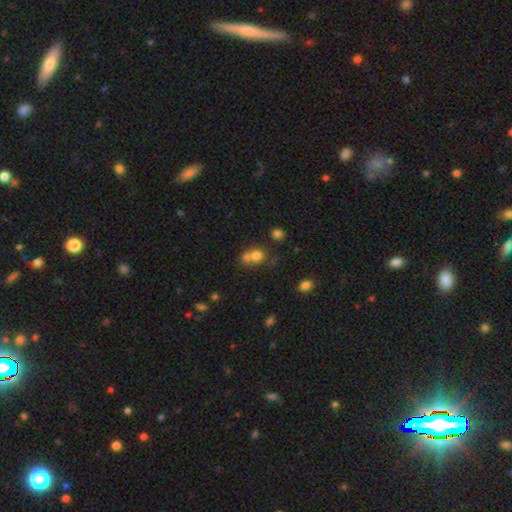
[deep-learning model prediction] Smooth or featured? Predicted: smooth (p=0.74). How rounded? Predicted: round (p=0.76). Merging? Predicted: merger (p=0.55).